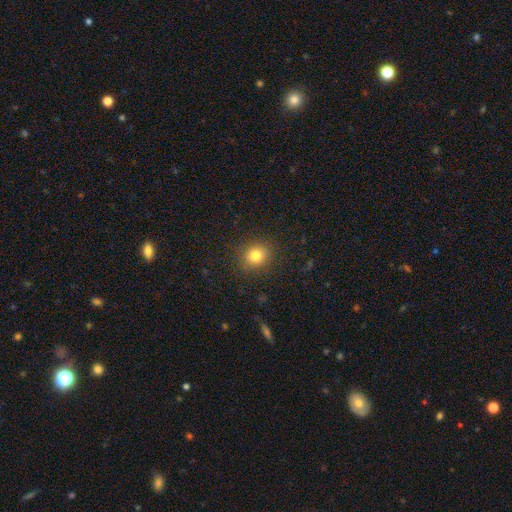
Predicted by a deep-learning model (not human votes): Smooth or featured: smooth — 81% (star or artifact — 12%)
How rounded: round — 76% (in between — 23%)
Merging: none — 87% (minor disturbance — 8%)